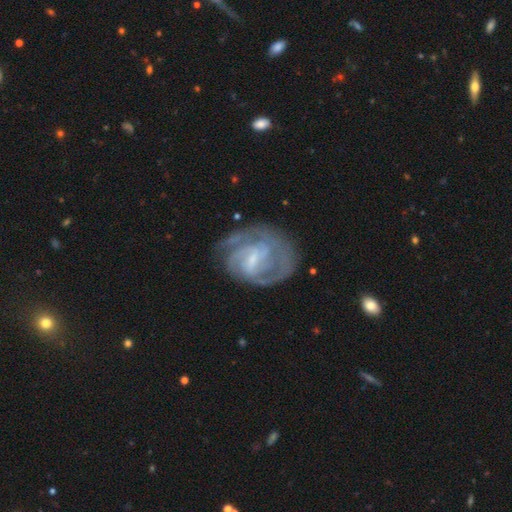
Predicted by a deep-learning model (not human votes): A featured or disk galaxy (83%) with a weak bar (51%), 2 (37%) tight (60%) spiral arms (94%) and a small central bulge (59%).

Vote fractions:
- Smooth or featured? featured or disk: 83% / smooth: 10% / star or artifact: 7%
- Edge-on disk? no: 97% / yes: 3%
- Bar? weak: 51% / strong: 30% / no: 19%
- Spiral arms? yes: 94% / no: 6%
- Spiral winding? tight: 60% / medium: 33% / loose: 8%
- Spiral arm count? 2: 37% / can't tell: 27% / 3: 20% / 4: 6% / 1: 6% / more than 4: 4%
- Bulge size? small: 59% / moderate: 26% / none: 12% / large: 2% / dominant: 1%
- Merging? none: 69% / minor disturbance: 19% / major disturbance: 10% / merger: 2%